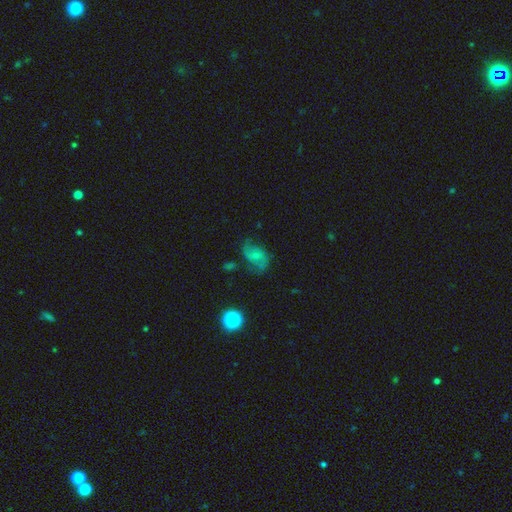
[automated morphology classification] This appears to be a featured or disk galaxy (52%). Merging: none (50%).